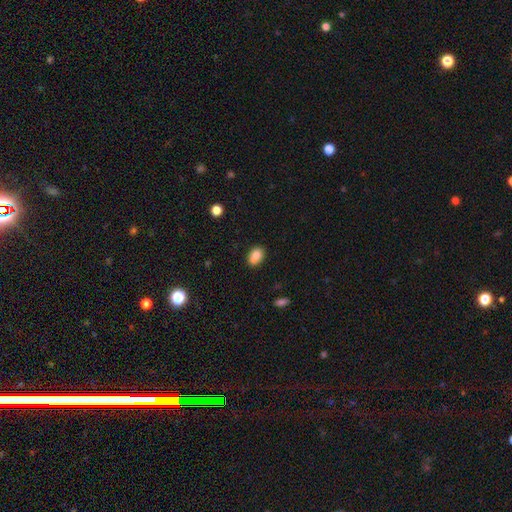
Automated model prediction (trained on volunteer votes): Overall: smooth (82%). How rounded: in between (82%). Merging: none (79%).